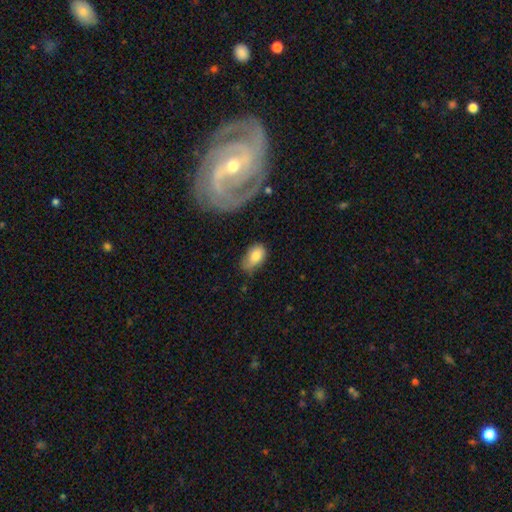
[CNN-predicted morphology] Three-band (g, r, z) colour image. It shows a smooth galaxy with no disk features (80%) that is in between round and cigar-shaped (87%). Merging: none (49%).